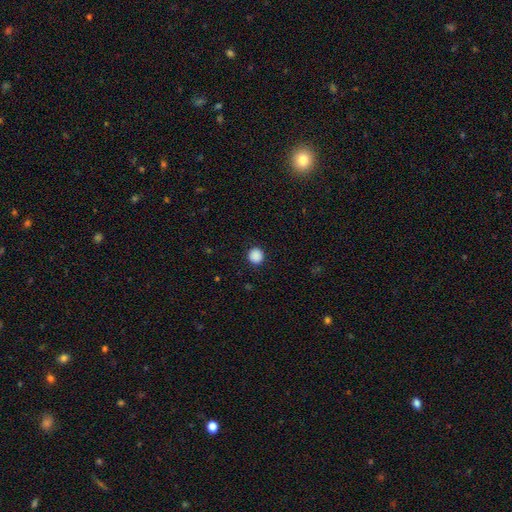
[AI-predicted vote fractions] A smooth galaxy with no disk features (89%) that is round (90%).

Vote fractions:
- Smooth or featured? smooth: 89% / star or artifact: 9% / featured or disk: 2%
- How rounded? round: 90% / in between: 9% / cigar-shaped: 1%
- Merging? none: 92% / minor disturbance: 5% / major disturbance: 2% / merger: 1%